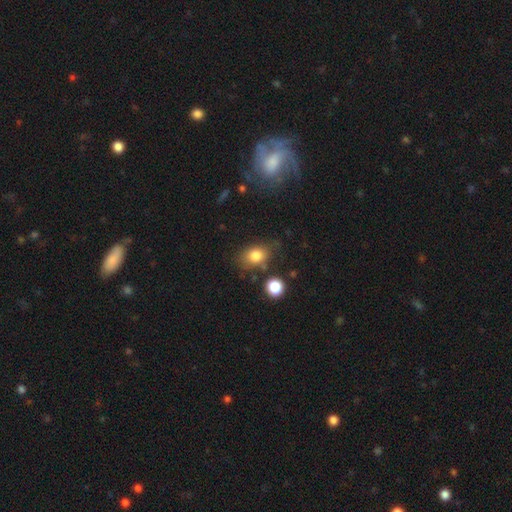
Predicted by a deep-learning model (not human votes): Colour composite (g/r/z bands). It shows a smooth galaxy with no disk features (80%) that is in between round and cigar-shaped (66%). Merging: none (65%).